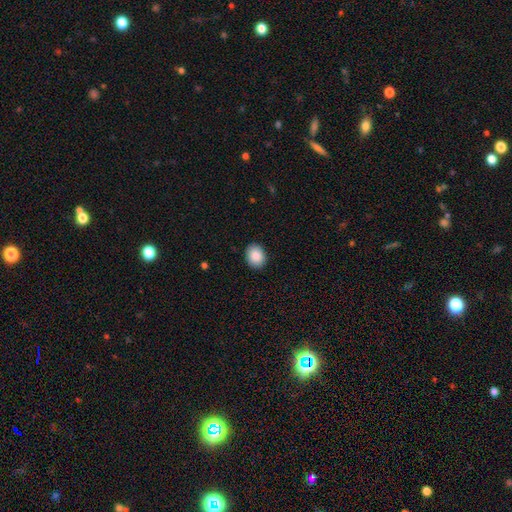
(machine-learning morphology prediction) type=smooth (88%); roundness=in between (57%); merging=none (89%).